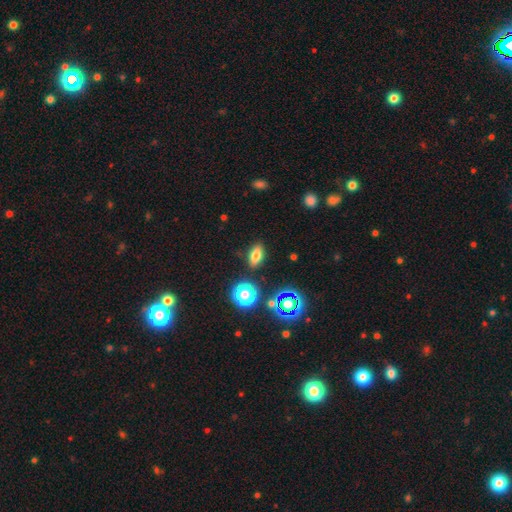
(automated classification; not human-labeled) Smooth or featured?
  - smooth: 71% *
  - star or artifact: 17%
  - featured or disk: 11%
How rounded?
  - in between: 79% *
  - round: 14%
  - cigar-shaped: 7%
Merging?
  - none: 86% *
  - minor disturbance: 9%
  - major disturbance: 3%
  - merger: 3%